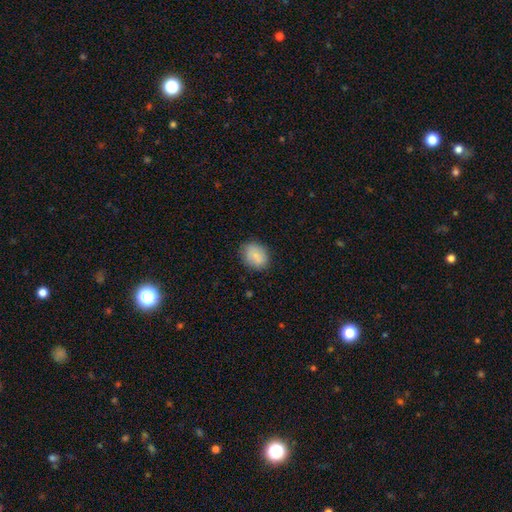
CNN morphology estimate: smooth_or_featured: smooth (p=0.84) [alt: featured or disk p=0.08]
how_rounded: in between (p=0.55) [alt: round p=0.44]
merging: none (p=0.81) [alt: minor disturbance p=0.15]